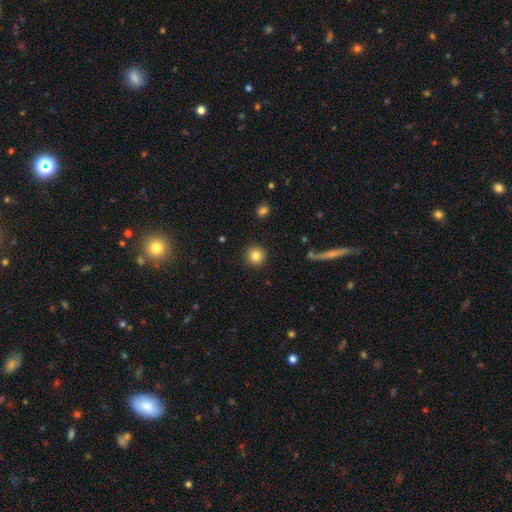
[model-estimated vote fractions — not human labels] smooth-or-featured: smooth: 84% | star or artifact: 10% | featured or disk: 6%
  how-rounded: round: 95% | in between: 4% | cigar-shaped: 1%
  merging: none: 92% | minor disturbance: 5% | major disturbance: 2% | merger: 1%